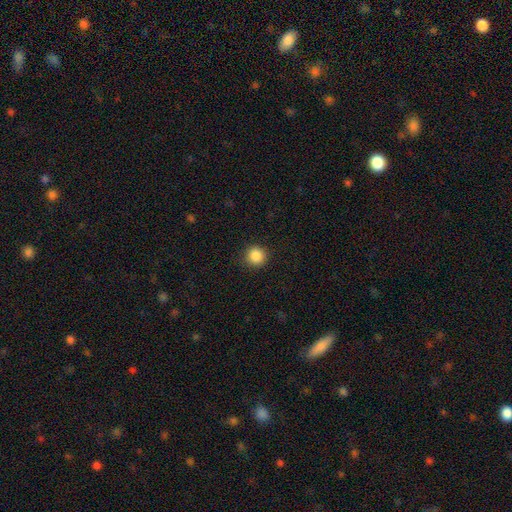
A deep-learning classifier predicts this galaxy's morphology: Smooth or featured?
  - smooth: 87% *
  - star or artifact: 10%
  - featured or disk: 3%
How rounded?
  - round: 94% *
  - in between: 5%
  - cigar-shaped: 1%
Merging?
  - none: 91% *
  - minor disturbance: 6%
  - major disturbance: 2%
  - merger: 1%